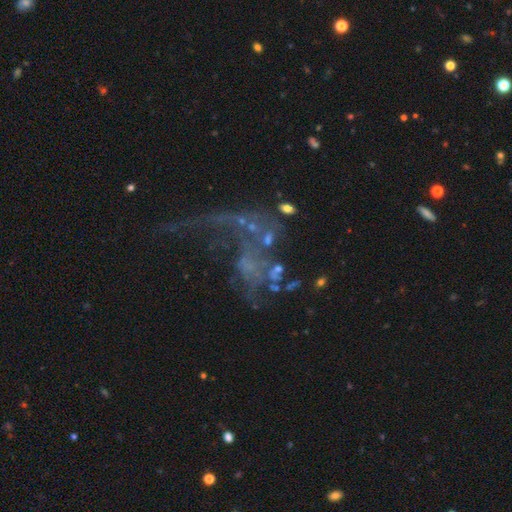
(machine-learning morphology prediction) smooth-or-featured: featured or disk: 59% | star or artifact: 29% | smooth: 13%
  disk-edge-on: no: 95% | yes: 5%
    bar: no: 79% | weak: 14% | strong: 6%
    has-spiral-arms: no: 52% | yes: 48%
    bulge-size: none: 67% | small: 22% | moderate: 7% | large: 2% | dominant: 2%
  merging: major disturbance: 43% | none: 28% | merger: 18% | minor disturbance: 11%